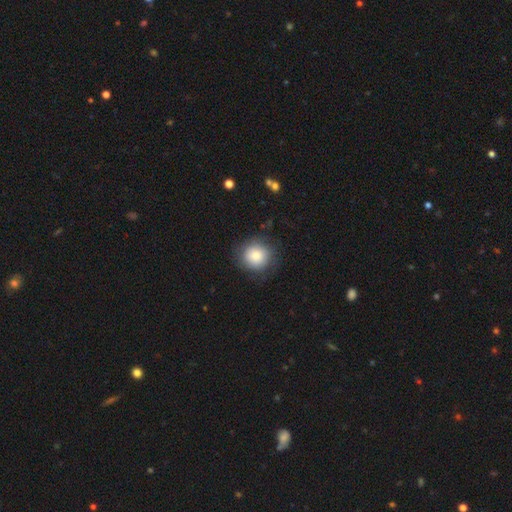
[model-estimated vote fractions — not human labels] Morphology: type=smooth (82%); roundness=round (89%); merging=none (81%).